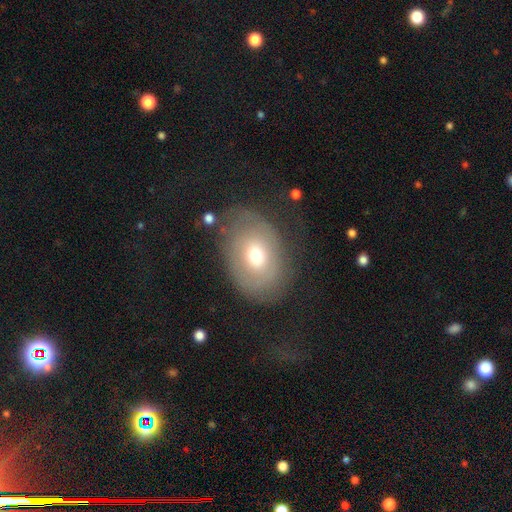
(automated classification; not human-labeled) smooth-or-featured: smooth: 54% | featured or disk: 36% | star or artifact: 10%
  how-rounded: in between: 71% | round: 28% | cigar-shaped: 1%
  merging: none: 61% | minor disturbance: 22% | major disturbance: 14% | merger: 3%